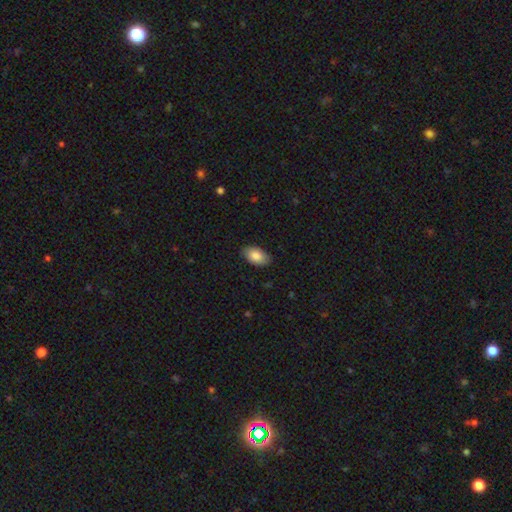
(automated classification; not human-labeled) Smooth or featured? Predicted: smooth (p=0.85). How rounded? Predicted: in between (p=0.93). Merging? Predicted: none (p=0.86).